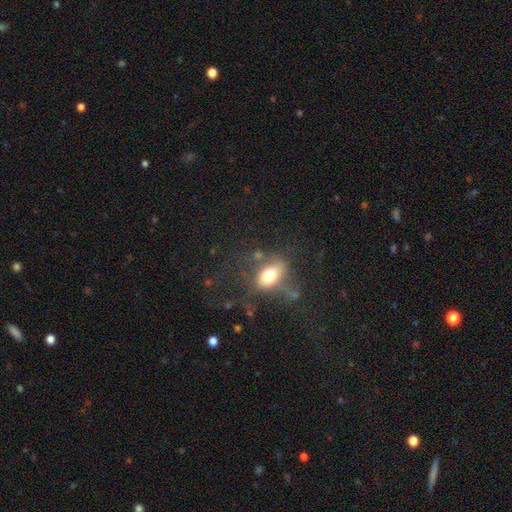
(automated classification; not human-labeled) Smooth or featured?
  - smooth: 49% *
  - featured or disk: 29%
  - star or artifact: 22%
Merging?
  - none: 52% *
  - major disturbance: 20%
  - minor disturbance: 19%
  - merger: 9%